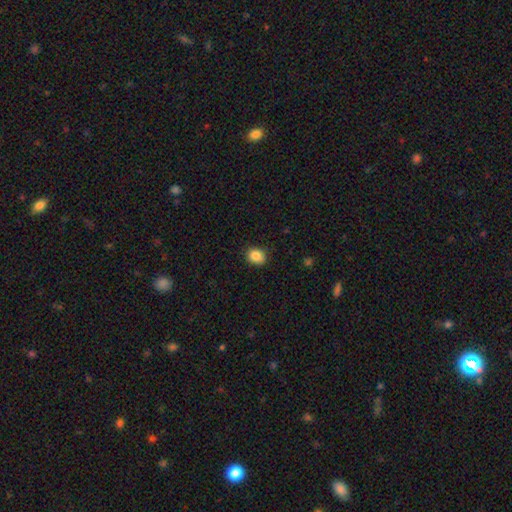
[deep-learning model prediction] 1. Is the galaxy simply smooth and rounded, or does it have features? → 87% smooth, 9% star or artifact, 4% featured or disk.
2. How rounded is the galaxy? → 53% round, 46% in between, 1% cigar-shaped.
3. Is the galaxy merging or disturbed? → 87% none, 9% minor disturbance, 2% major disturbance, 1% merger.